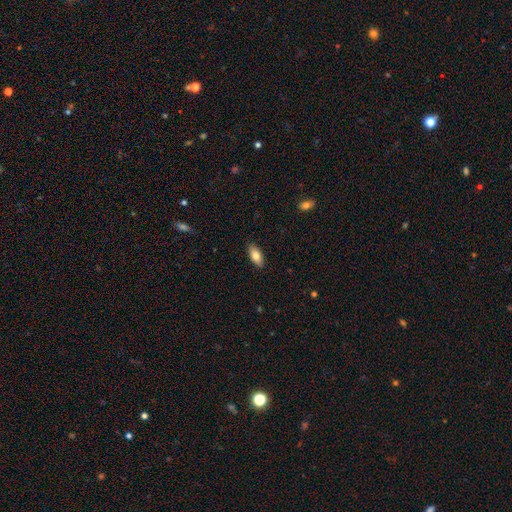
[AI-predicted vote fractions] Q: Smooth or featured?
A: smooth (81%); runner-up: featured or disk (12%)
Q: How rounded?
A: in between (87%); runner-up: cigar-shaped (11%)
Q: Merging?
A: none (88%); runner-up: minor disturbance (9%)